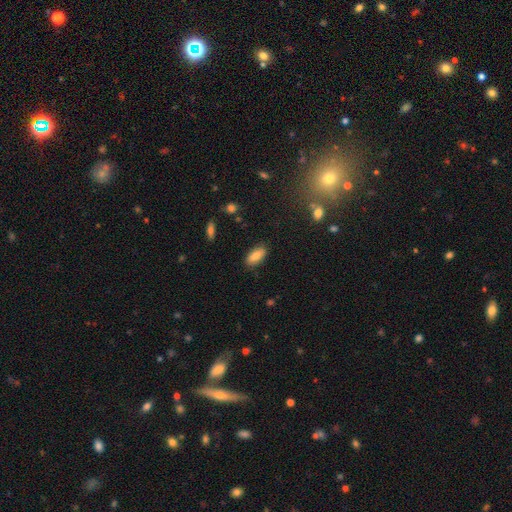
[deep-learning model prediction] Overall: smooth (85%). How rounded: in between (86%). Merging: none (86%).